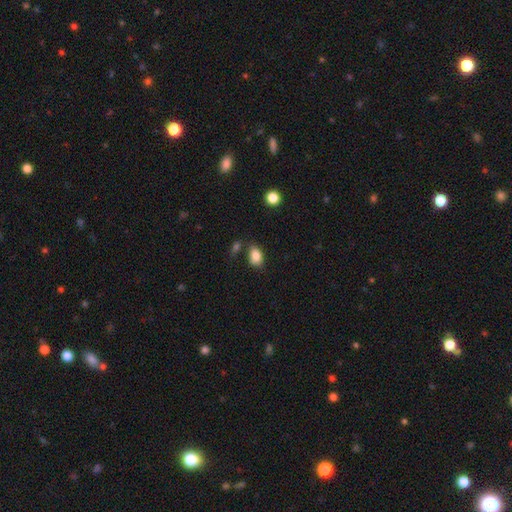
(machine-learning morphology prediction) Smooth or featured?
  - smooth: 84% *
  - star or artifact: 9%
  - featured or disk: 8%
How rounded?
  - in between: 84% *
  - round: 14%
  - cigar-shaped: 2%
Merging?
  - none: 63% *
  - minor disturbance: 20%
  - merger: 11%
  - major disturbance: 6%